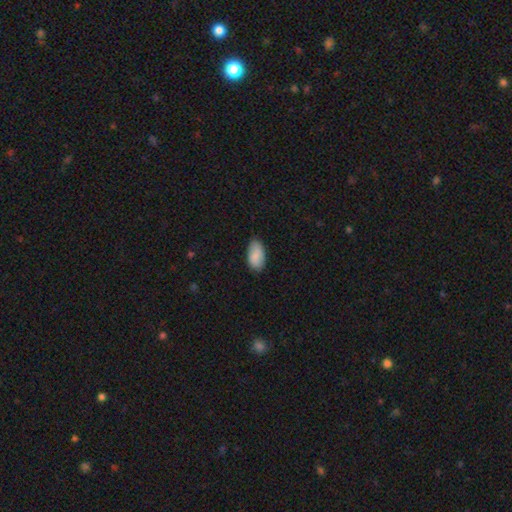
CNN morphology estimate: smooth-or-featured: smooth: 87% | featured or disk: 7% | star or artifact: 6%
  how-rounded: in between: 94% | round: 3% | cigar-shaped: 2%
  merging: none: 77% | minor disturbance: 19% | major disturbance: 3% | merger: 1%